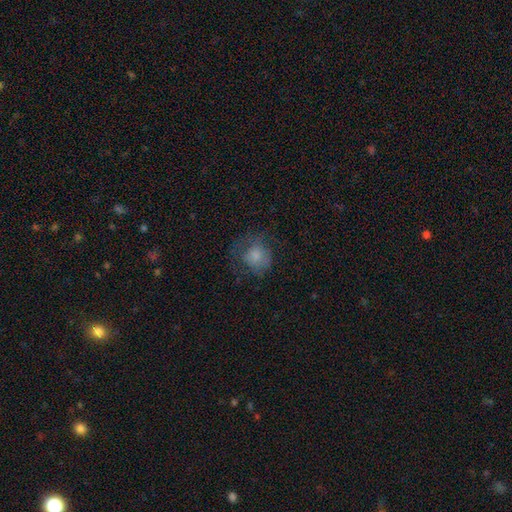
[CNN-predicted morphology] A smooth galaxy with no disk features (70%) that is round (77%). Merging: none (51%).